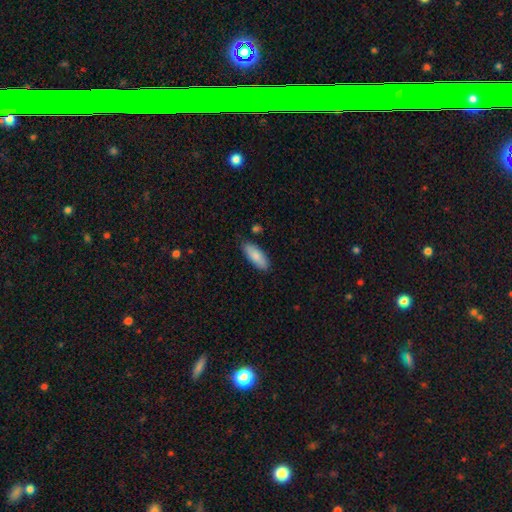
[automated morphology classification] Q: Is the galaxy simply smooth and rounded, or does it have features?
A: smooth — 85%.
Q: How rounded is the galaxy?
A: in between — 75%.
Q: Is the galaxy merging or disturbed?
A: none — 83%.